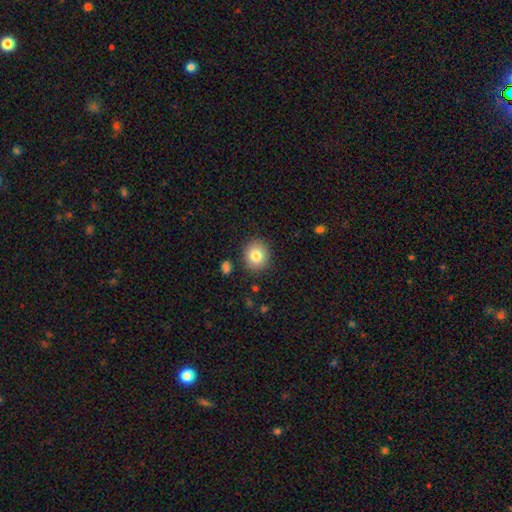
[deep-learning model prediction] The model was most divided on "how rounded": round: 79%, in between: 20%, cigar-shaped: 1%. More confident: merging — none (87%); smooth or featured — smooth (82%).